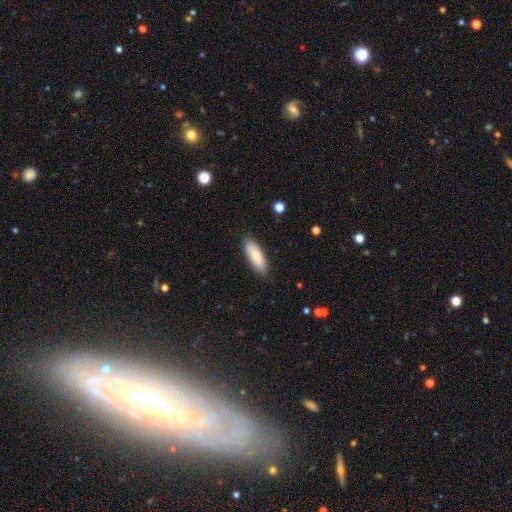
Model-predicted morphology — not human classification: Smooth or featured? smooth (85%)
How rounded? in between (60%)
Merging? none (87%)